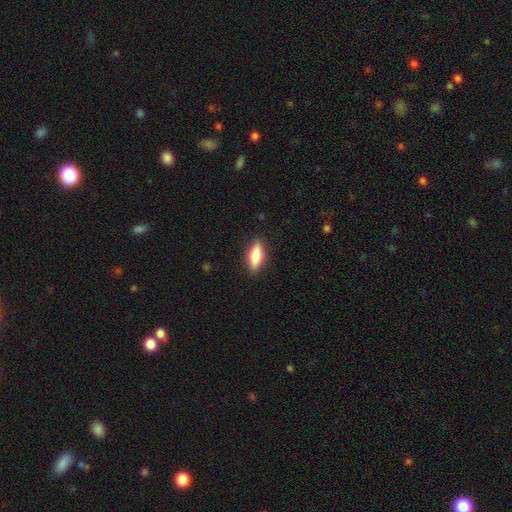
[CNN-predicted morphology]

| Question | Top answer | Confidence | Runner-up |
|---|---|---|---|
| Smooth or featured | smooth | 70% | featured or disk (24%) |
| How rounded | in between | 61% | cigar-shaped (36%) |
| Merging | none | 88% | minor disturbance (9%) |